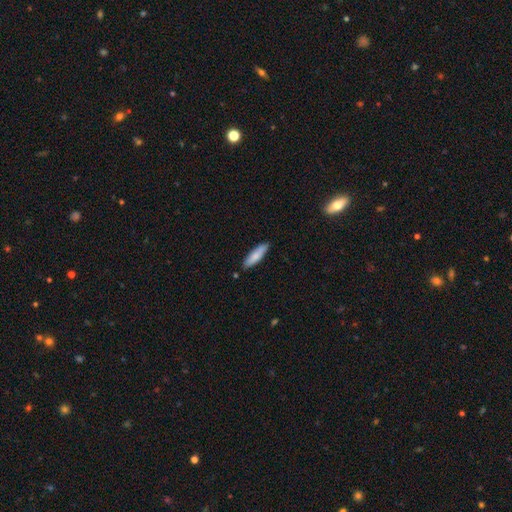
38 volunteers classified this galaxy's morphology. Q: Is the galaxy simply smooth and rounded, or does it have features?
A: smooth — 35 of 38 (92%).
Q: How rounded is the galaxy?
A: cigar-shaped — 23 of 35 (66%).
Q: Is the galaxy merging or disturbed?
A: none — 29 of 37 (78%).